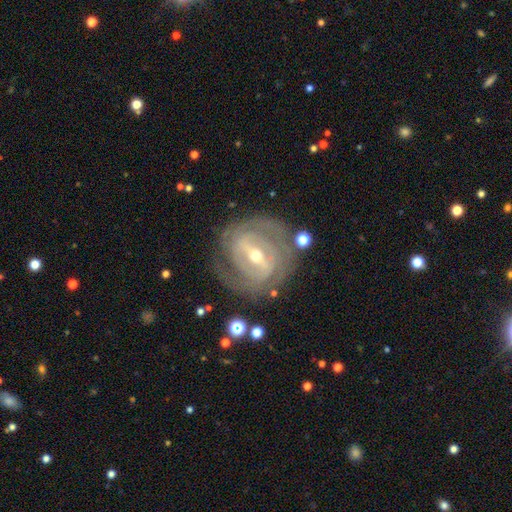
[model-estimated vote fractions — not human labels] The model was most divided on "spiral arm count": 2: 39%, can't tell: 27%, 3: 17%, 4: 8%, 1: 4%, more than 4: 4%. More confident: edge-on disk — no (95%); spiral arms — yes (91%); smooth or featured — featured or disk (88%); merging — none (76%); spiral winding — tight (67%); bar — strong (59%); bulge size — small (55%).